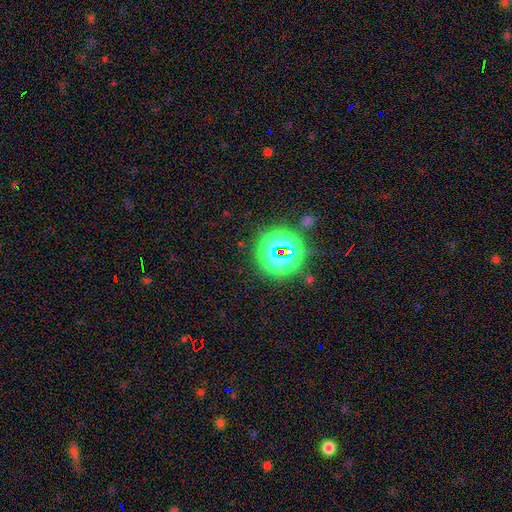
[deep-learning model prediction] This is clearly a star or artifact rather than a galaxy (82%).